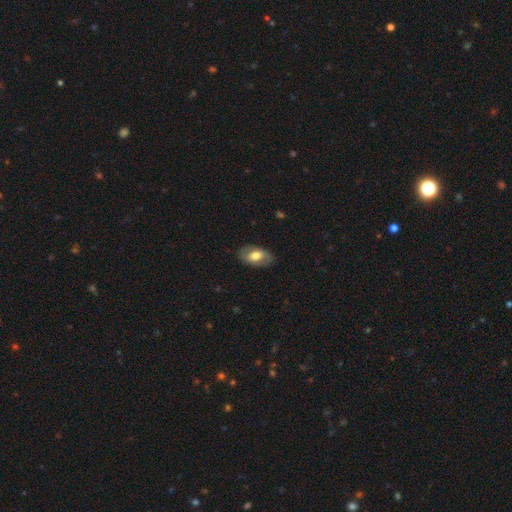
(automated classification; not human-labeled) smooth-or-featured: smooth: 53% | featured or disk: 40% | star or artifact: 6%
  how-rounded: in between: 91% | round: 7% | cigar-shaped: 2%
  merging: none: 82% | minor disturbance: 13% | major disturbance: 4% | merger: 1%